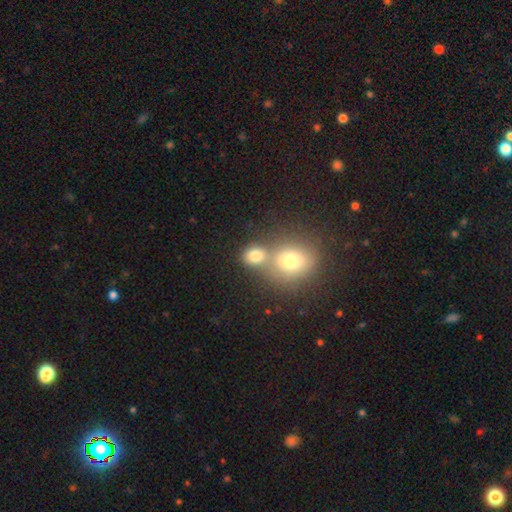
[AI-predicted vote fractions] Q: Smooth or featured?
A: smooth (77%); runner-up: star or artifact (13%)
Q: How rounded?
A: round (72%); runner-up: in between (26%)
Q: Merging?
A: none (47%); runner-up: merger (41%)